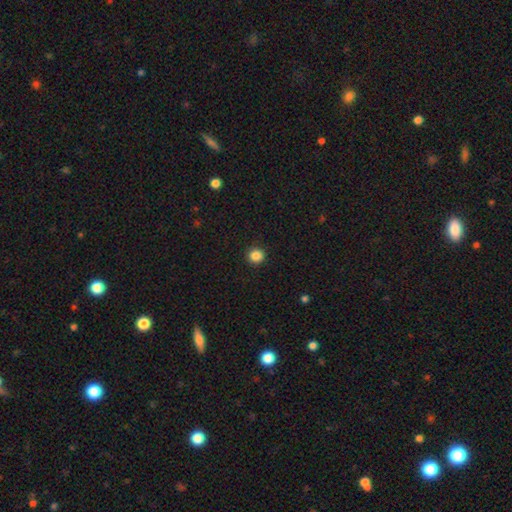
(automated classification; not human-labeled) Overall: smooth (86%). How rounded: round (92%). Merging: none (92%).